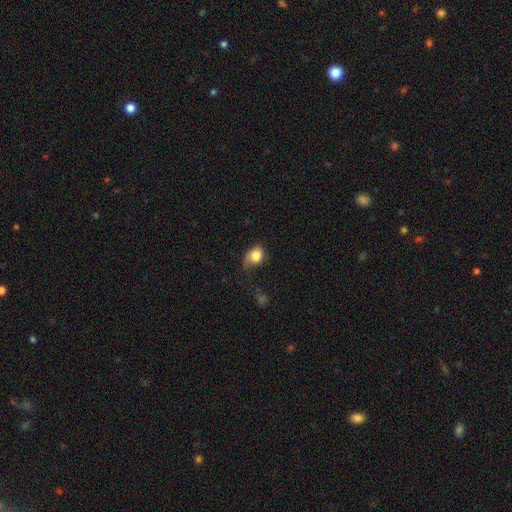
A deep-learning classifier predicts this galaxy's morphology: smooth_or_featured: smooth (p=0.81) [alt: featured or disk p=0.10]
how_rounded: in between (p=0.55) [alt: round p=0.44]
merging: none (p=0.44) [alt: minor disturbance p=0.36]